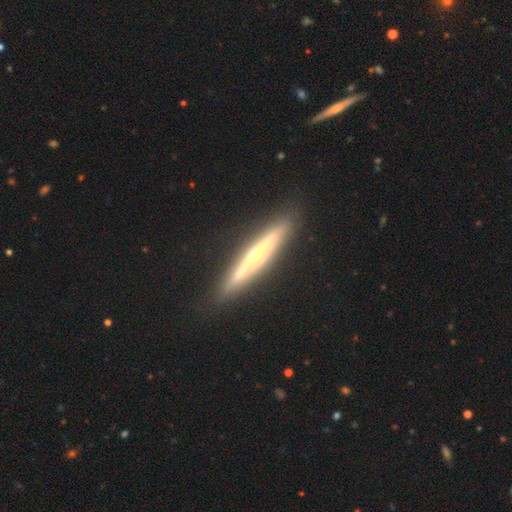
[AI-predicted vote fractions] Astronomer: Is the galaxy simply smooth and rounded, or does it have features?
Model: featured or disk — 77%.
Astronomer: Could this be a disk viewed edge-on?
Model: yes — 96%.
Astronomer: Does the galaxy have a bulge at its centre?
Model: rounded — 82%.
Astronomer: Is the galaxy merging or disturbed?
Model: none — 90%.